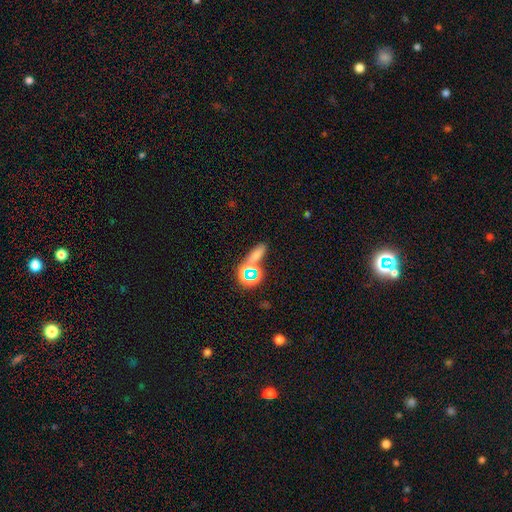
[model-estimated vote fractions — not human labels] A smooth galaxy with no disk features (58%) that is in between round and cigar-shaped (58%).

Vote fractions:
- Smooth or featured? smooth: 58% / star or artifact: 33% / featured or disk: 9%
- How rounded? in between: 58% / cigar-shaped: 25% / round: 17%
- Merging? none: 63% / merger: 20% / minor disturbance: 11% / major disturbance: 6%